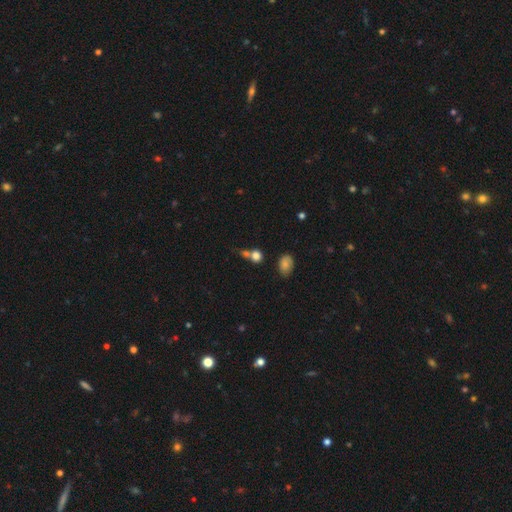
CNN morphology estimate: Q: Smooth or featured?
A: smooth (78%); runner-up: star or artifact (14%)
Q: How rounded?
A: round (77%); runner-up: in between (21%)
Q: Merging?
A: none (48%); runner-up: merger (38%)